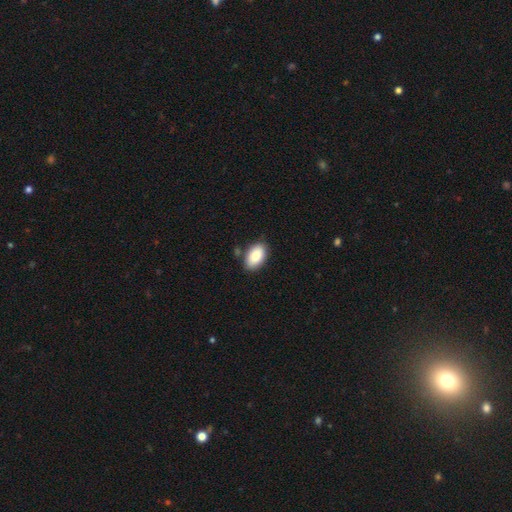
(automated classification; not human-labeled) Smooth or featured? Predicted: smooth (p=0.85). How rounded? Predicted: in between (p=0.94). Merging? Predicted: none (p=0.80).